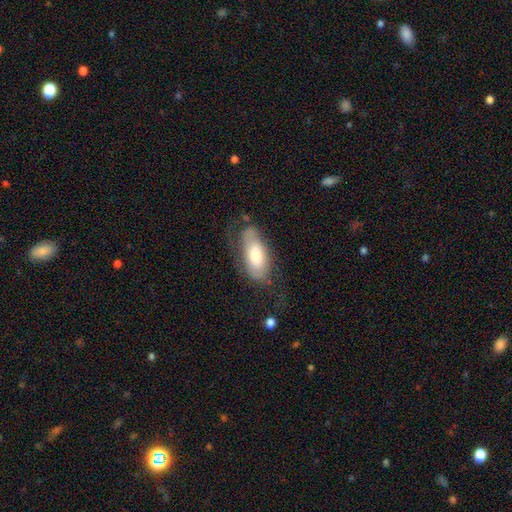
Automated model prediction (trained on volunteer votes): This is possibly a smooth galaxy (51%). How rounded: clearly in between (84%). Merging: possibly none (52%).